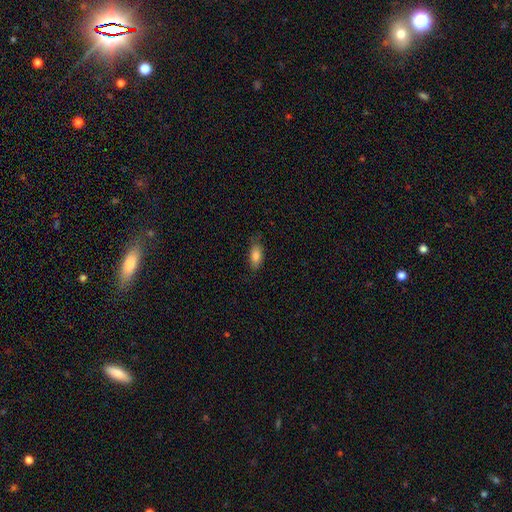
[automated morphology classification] smooth 83%, featured or disk 10%, star or artifact 7%. Down the decision tree: how rounded — in between (86%); merging — none (78%).